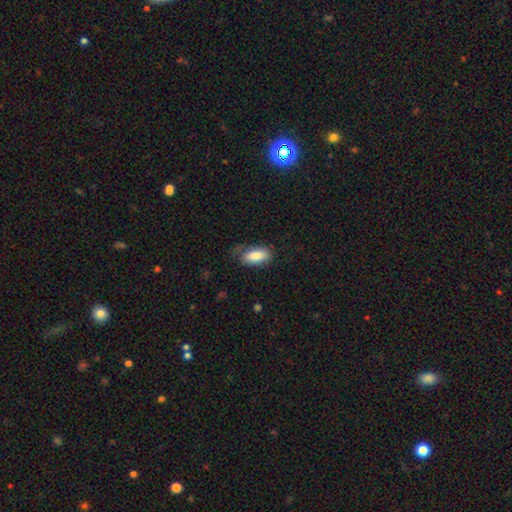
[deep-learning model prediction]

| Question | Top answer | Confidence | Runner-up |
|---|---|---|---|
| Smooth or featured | smooth | 83% | featured or disk (11%) |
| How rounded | in between | 90% | cigar-shaped (8%) |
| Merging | none | 56% | minor disturbance (28%) |